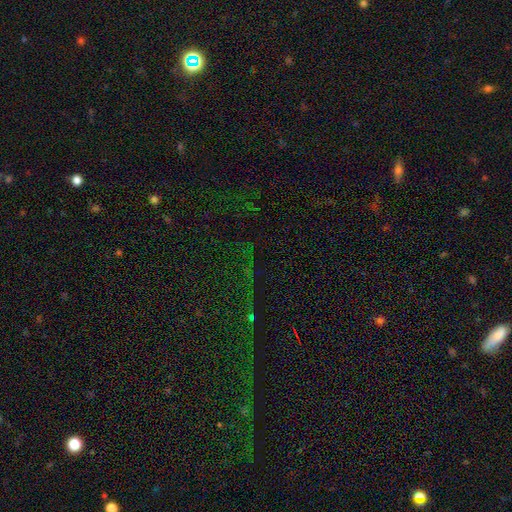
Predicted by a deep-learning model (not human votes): A star or artifact, not a galaxy (79%).